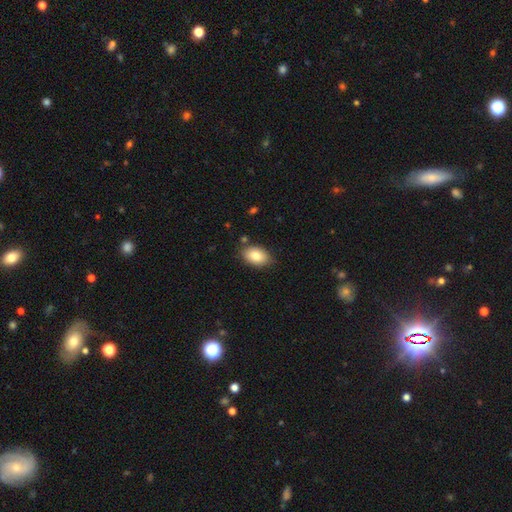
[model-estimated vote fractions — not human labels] A smooth galaxy with no disk features (83%) that is in between round and cigar-shaped (89%).

Vote fractions:
- Smooth or featured? smooth: 83% / featured or disk: 10% / star or artifact: 7%
- How rounded? in between: 89% / round: 9% / cigar-shaped: 1%
- Merging? none: 80% / minor disturbance: 14% / merger: 3% / major disturbance: 3%